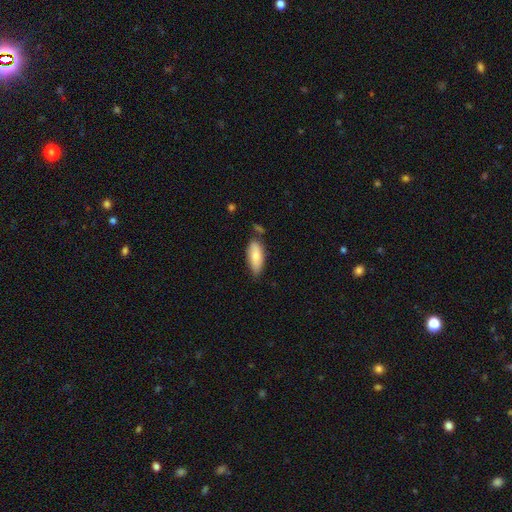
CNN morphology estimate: Smooth or featured? Predicted: smooth (p=0.76). How rounded? Predicted: in between (p=0.82). Merging? Predicted: none (p=0.66).